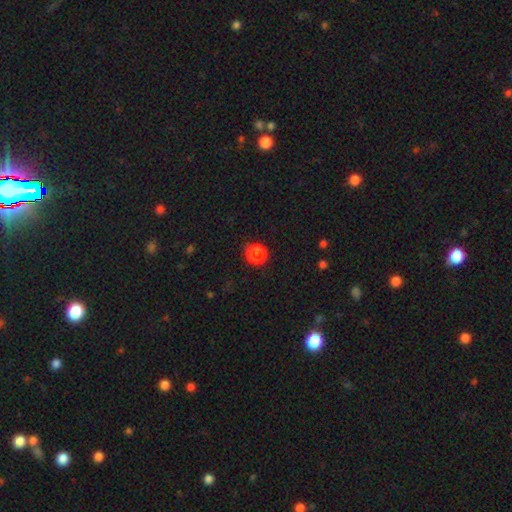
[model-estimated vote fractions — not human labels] Smooth or featured?
  - smooth: 52% *
  - star or artifact: 40%
  - featured or disk: 8%
How rounded?
  - round: 83% *
  - in between: 16%
  - cigar-shaped: 1%
Merging?
  - none: 81% *
  - minor disturbance: 10%
  - major disturbance: 5%
  - merger: 3%